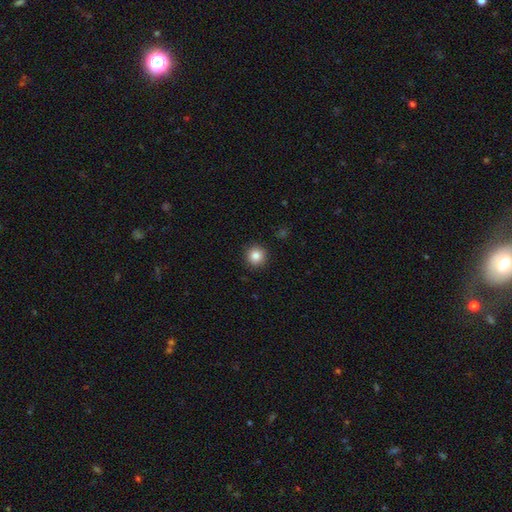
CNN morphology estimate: A smooth galaxy with no disk features (85%) that is round (95%). Merging: none (92%).